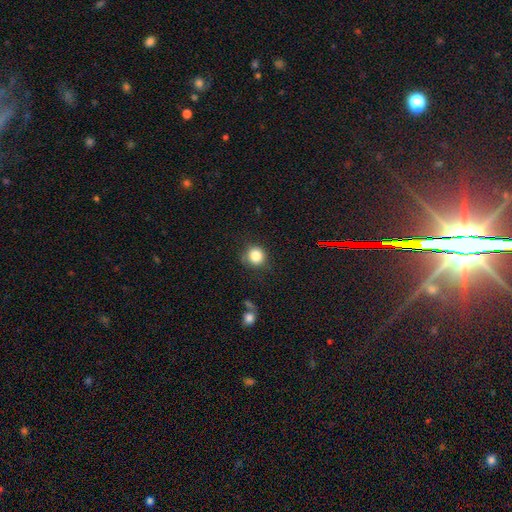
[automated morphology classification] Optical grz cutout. It shows a smooth galaxy with no disk features (83%) that is round (90%). Merging: none (80%).